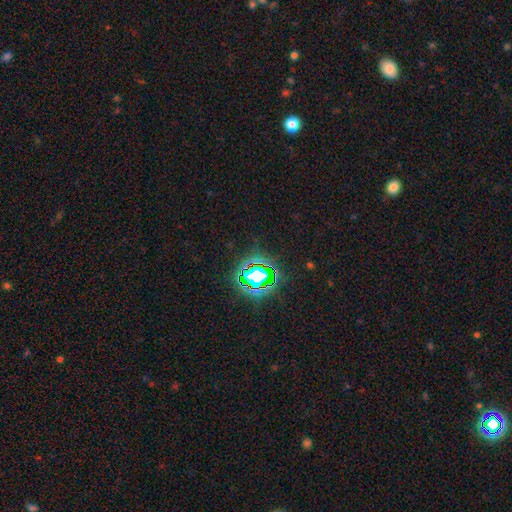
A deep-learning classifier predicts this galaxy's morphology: A star or artifact, not a galaxy (80%).

Vote fractions:
- Smooth or featured? star or artifact: 80% / smooth: 13% / featured or disk: 7%